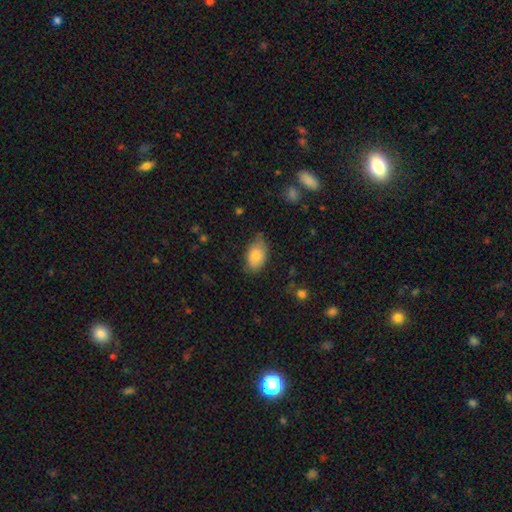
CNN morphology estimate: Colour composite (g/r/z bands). It shows a smooth galaxy with no disk features (83%) that is in between round and cigar-shaped (92%). Merging: none (70%).